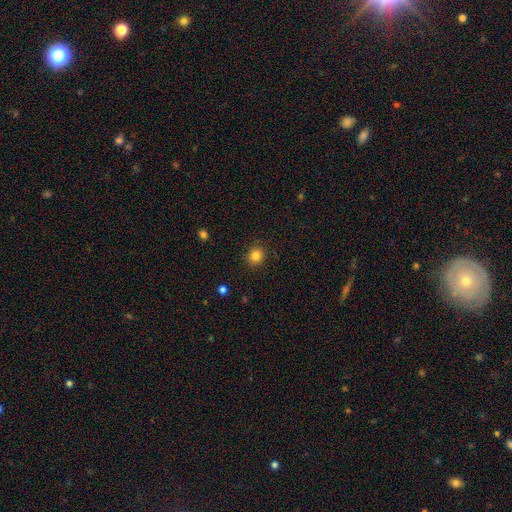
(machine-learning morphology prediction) A smooth galaxy with no disk features (83%) that is round (83%).

Vote fractions:
- Smooth or featured? smooth: 83% / star or artifact: 11% / featured or disk: 5%
- How rounded? round: 83% / in between: 16% / cigar-shaped: 1%
- Merging? none: 90% / minor disturbance: 7% / major disturbance: 2% / merger: 1%